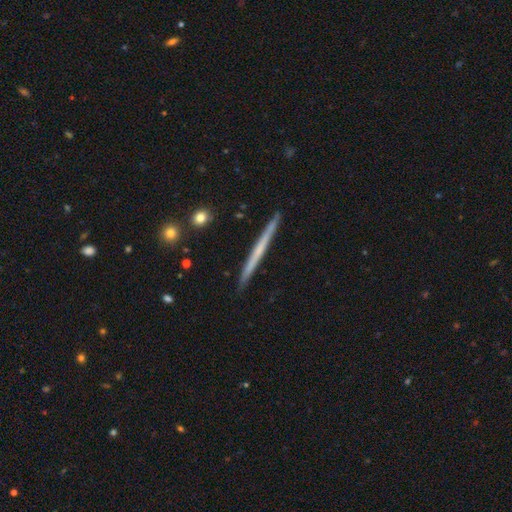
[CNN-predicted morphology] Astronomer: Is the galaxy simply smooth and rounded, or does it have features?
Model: featured or disk — 56% (runner-up: smooth, 37%).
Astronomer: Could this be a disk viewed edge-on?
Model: yes — 98%.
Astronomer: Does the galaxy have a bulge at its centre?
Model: none — 82%.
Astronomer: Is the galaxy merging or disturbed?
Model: none — 92%.